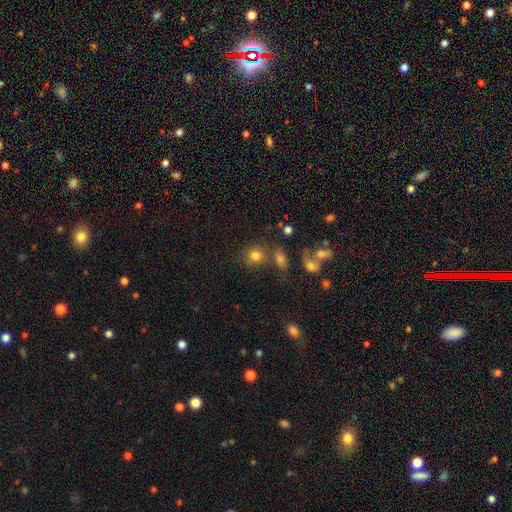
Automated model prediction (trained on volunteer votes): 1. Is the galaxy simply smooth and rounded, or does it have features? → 78% smooth, 13% star or artifact, 9% featured or disk.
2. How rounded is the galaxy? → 80% round, 19% in between, 1% cigar-shaped.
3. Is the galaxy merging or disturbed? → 63% none, 18% merger, 13% minor disturbance, 6% major disturbance.